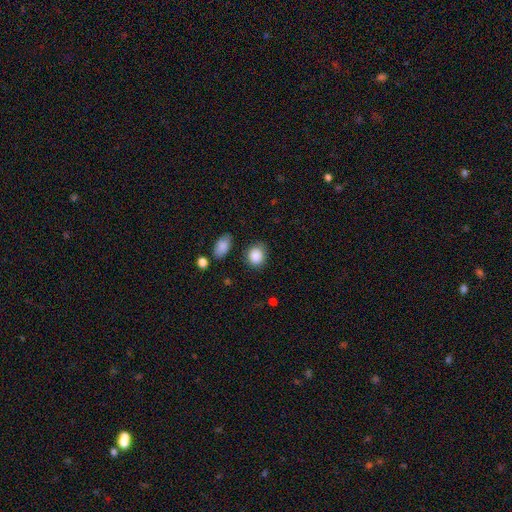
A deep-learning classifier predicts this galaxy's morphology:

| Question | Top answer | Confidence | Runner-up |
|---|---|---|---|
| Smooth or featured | smooth | 88% | star or artifact (8%) |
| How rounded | round | 67% | in between (32%) |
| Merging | none | 78% | minor disturbance (15%) |